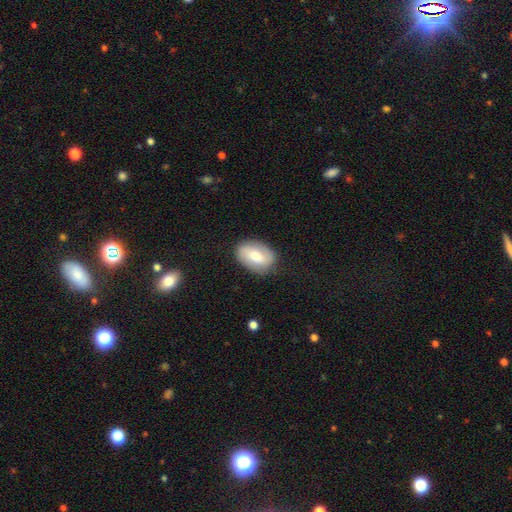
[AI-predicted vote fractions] This appears to be a smooth galaxy with no disk features (58%) that is in between round and cigar-shaped (83%). Merging: none (82%).